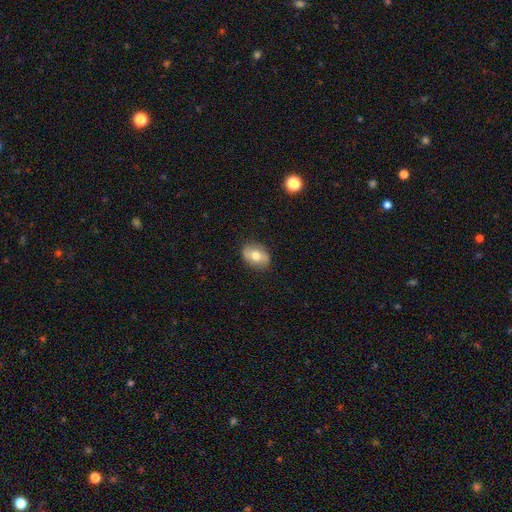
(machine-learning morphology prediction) Smooth or featured: smooth — 64% (featured or disk — 28%)
How rounded: in between — 76% (round — 22%)
Merging: none — 84% (minor disturbance — 12%)